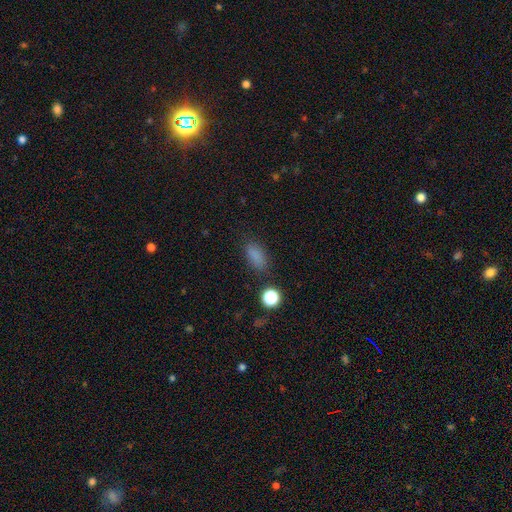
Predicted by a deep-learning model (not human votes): The model was most divided on "merging": none: 79%, minor disturbance: 14%, major disturbance: 4%, merger: 3%. More confident: how rounded — in between (82%); smooth or featured — smooth (80%).